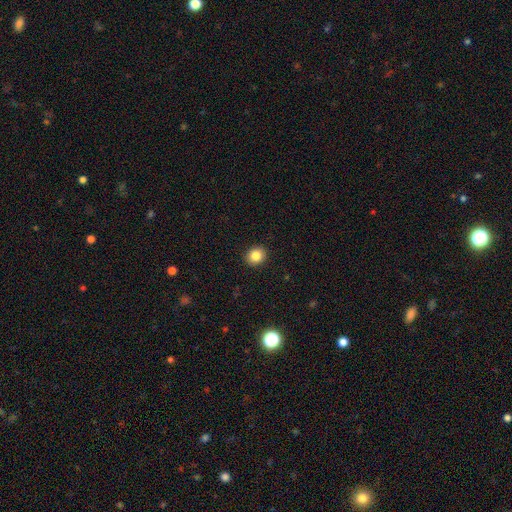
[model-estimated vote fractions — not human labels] smooth_or_featured: smooth (p=0.84) [alt: star or artifact p=0.10]
how_rounded: round (p=0.74) [alt: in between p=0.26]
merging: none (p=0.92) [alt: minor disturbance p=0.06]